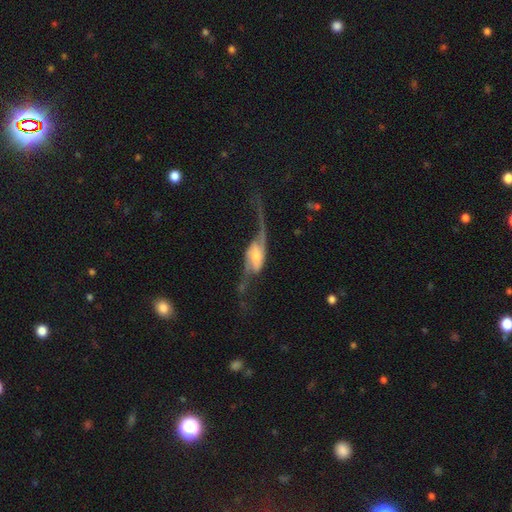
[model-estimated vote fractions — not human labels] Smooth or featured? Predicted: featured or disk (p=0.84). Edge-on disk? Predicted: no (p=0.88). Bar? Predicted: weak (p=0.38). Spiral arms? Predicted: yes (p=0.93). Spiral winding? Predicted: loose (p=0.86). Spiral arm count? Predicted: 2 (p=0.91). Bulge size? Predicted: moderate (p=0.35). Merging? Predicted: none (p=0.42).